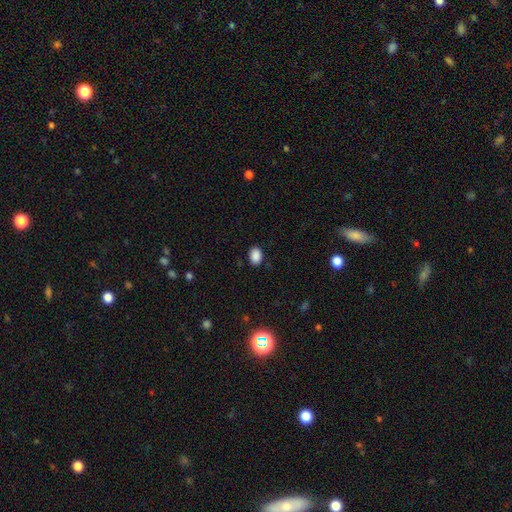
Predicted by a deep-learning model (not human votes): The model was most divided on "how rounded": in between: 79%, round: 20%, cigar-shaped: 1%. More confident: smooth or featured — smooth (88%); merging — none (87%).